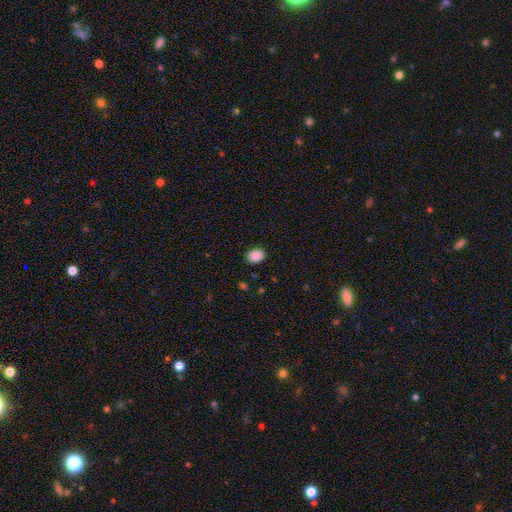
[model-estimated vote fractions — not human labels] A smooth galaxy with no disk features (89%) that is in between round and cigar-shaped (57%). Merging: none (88%).